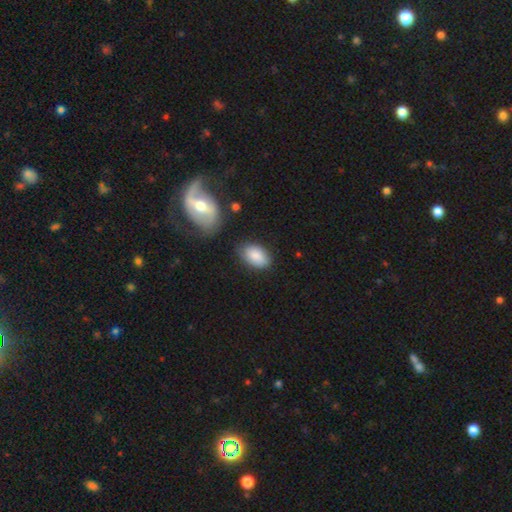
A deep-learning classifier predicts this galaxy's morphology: A smooth galaxy with no disk features (86%) that is in between round and cigar-shaped (92%). Merging: none (76%).